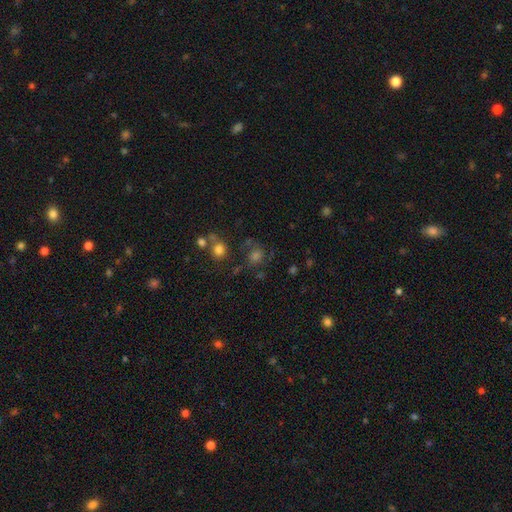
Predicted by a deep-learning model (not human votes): A smooth galaxy with no disk features (44%). Merging: none (57%).